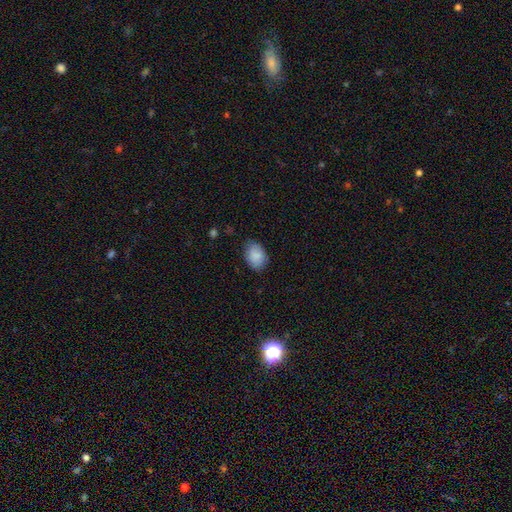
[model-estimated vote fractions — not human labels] smooth_or_featured: smooth (p=0.87) [alt: star or artifact p=0.07]
how_rounded: in between (p=0.78) [alt: round p=0.21]
merging: none (p=0.76) [alt: minor disturbance p=0.19]